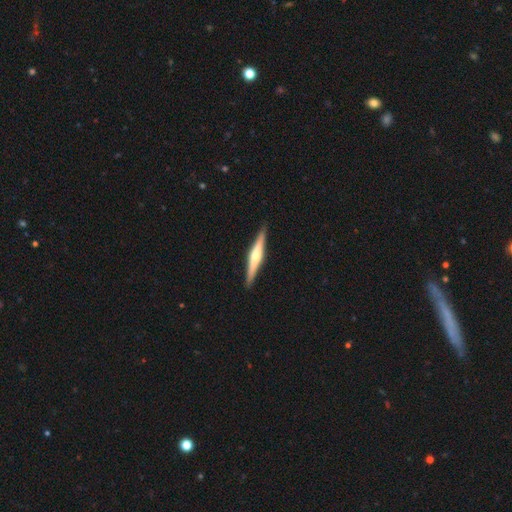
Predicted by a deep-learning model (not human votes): Smooth or featured? Predicted: featured or disk (p=0.66). Edge-on disk? Predicted: yes (p=0.98). Edge-on bulge? Predicted: rounded (p=0.84). Merging? Predicted: none (p=0.91).